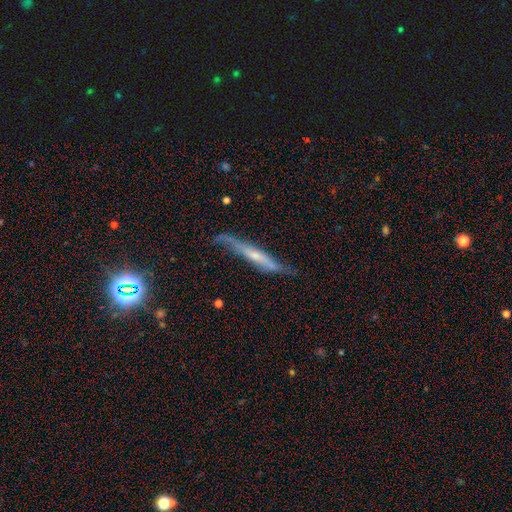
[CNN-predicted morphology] A featured or disk galaxy (64%) viewed edge-on (74%). Merging: none (52%).